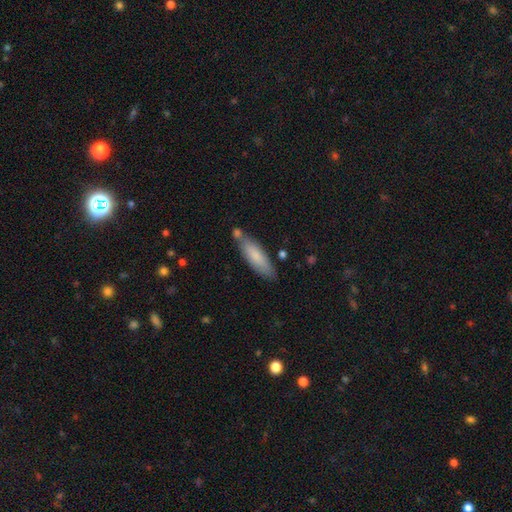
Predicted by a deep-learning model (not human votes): Q: Smooth or featured?
A: smooth (78%); runner-up: featured or disk (17%)
Q: How rounded?
A: cigar-shaped (60%); runner-up: in between (39%)
Q: Merging?
A: none (70%); runner-up: minor disturbance (16%)